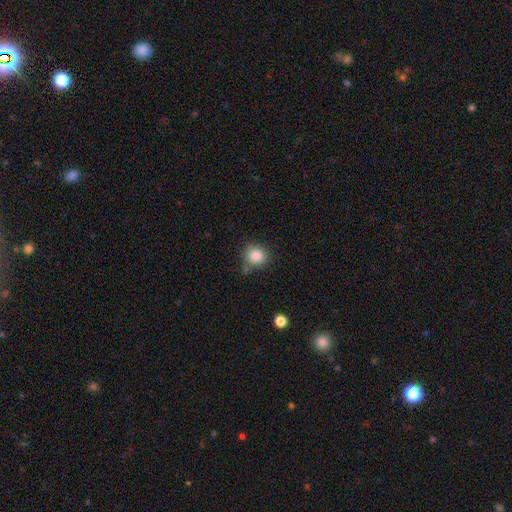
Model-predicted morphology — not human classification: A smooth galaxy with no disk features (86%) that is round (85%).

Vote fractions:
- Smooth or featured? smooth: 86% / star or artifact: 9% / featured or disk: 4%
- How rounded? round: 85% / in between: 14% / cigar-shaped: 1%
- Merging? none: 74% / minor disturbance: 15% / merger: 7% / major disturbance: 4%